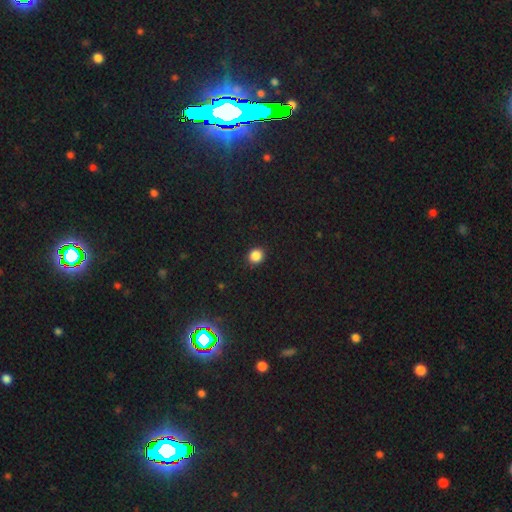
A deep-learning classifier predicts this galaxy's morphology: This is clearly a smooth galaxy (86%). How rounded: clearly round (89%). Merging: clearly none (92%).